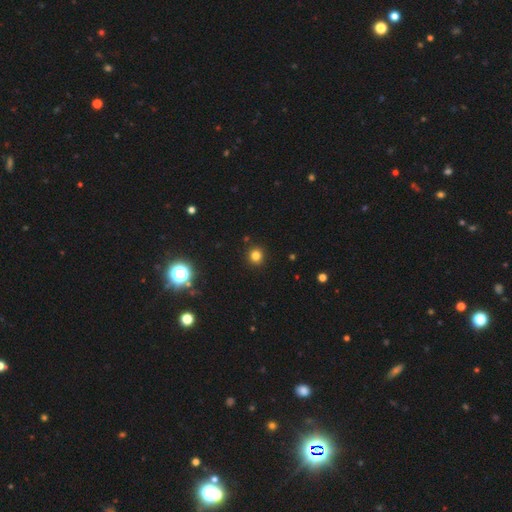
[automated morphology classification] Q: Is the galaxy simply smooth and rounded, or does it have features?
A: smooth — 80%.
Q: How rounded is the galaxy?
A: round — 93%.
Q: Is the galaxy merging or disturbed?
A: none — 92%.